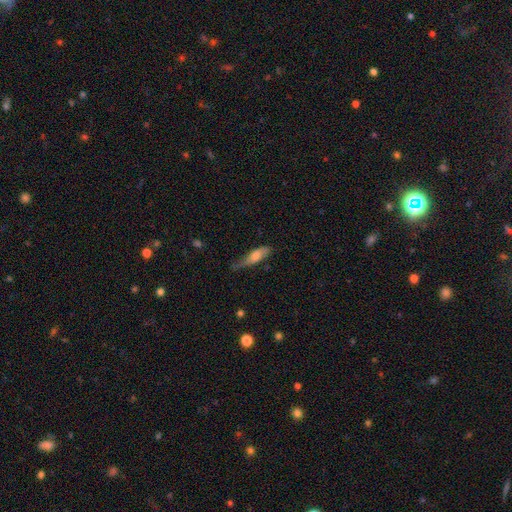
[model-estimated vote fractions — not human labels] This appears to be a smooth galaxy with no disk features (65%) that is cigar-shaped (55%). Merging: none (44%).